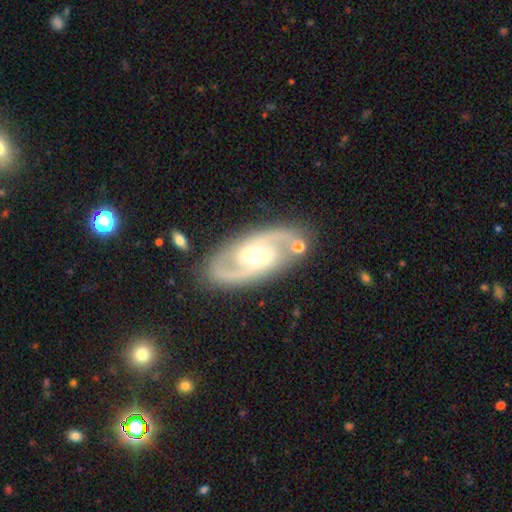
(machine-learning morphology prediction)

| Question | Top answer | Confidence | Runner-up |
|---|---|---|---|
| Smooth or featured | featured or disk | 89% | smooth (6%) |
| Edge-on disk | no | 95% | yes (5%) |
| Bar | weak | 44% | strong (28%) |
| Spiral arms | yes | 96% | no (4%) |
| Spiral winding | medium | 55% | tight (32%) |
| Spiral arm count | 2 | 91% | can't tell (3%) |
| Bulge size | moderate | 55% | small (40%) |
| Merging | none | 82% | minor disturbance (11%) |